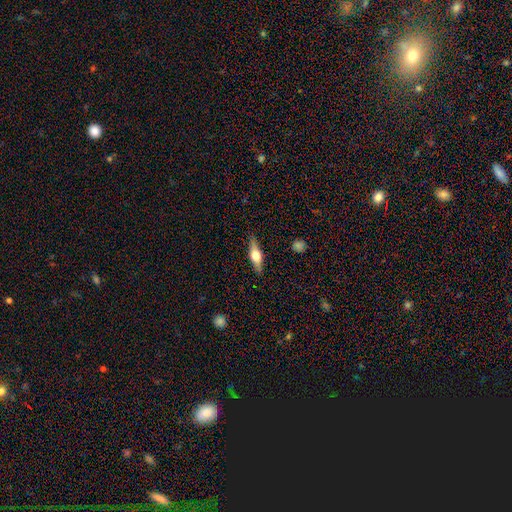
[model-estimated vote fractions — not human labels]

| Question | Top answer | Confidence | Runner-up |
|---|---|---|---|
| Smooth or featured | featured or disk | 57% | smooth (37%) |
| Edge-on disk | yes | 94% | no (6%) |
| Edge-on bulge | rounded | 93% | boxy (5%) |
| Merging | none | 87% | minor disturbance (9%) |